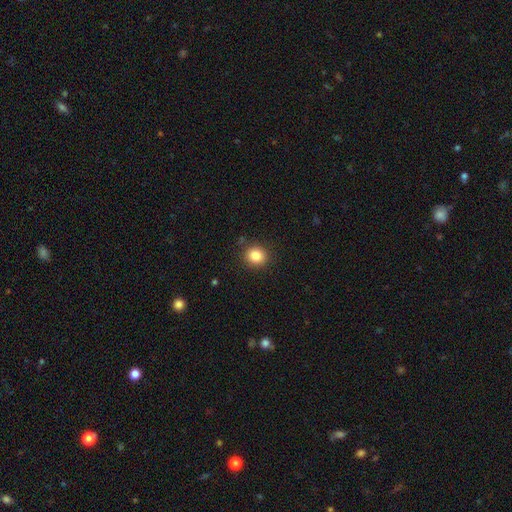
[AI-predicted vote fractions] This appears to be a smooth galaxy with no disk features (84%) that is round (84%). Merging: none (89%).